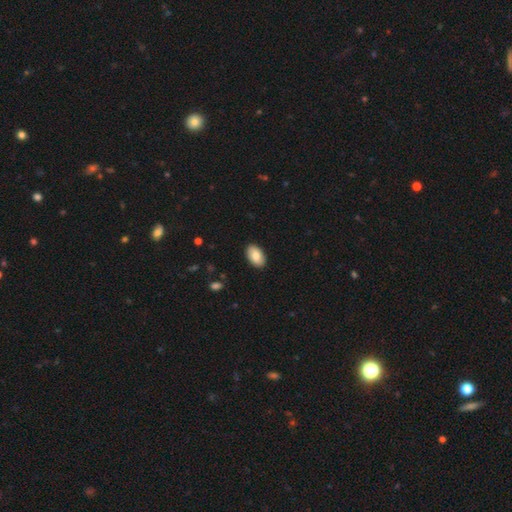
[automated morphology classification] Smooth or featured? Predicted: smooth (p=0.84). How rounded? Predicted: in between (p=0.94). Merging? Predicted: none (p=0.90).